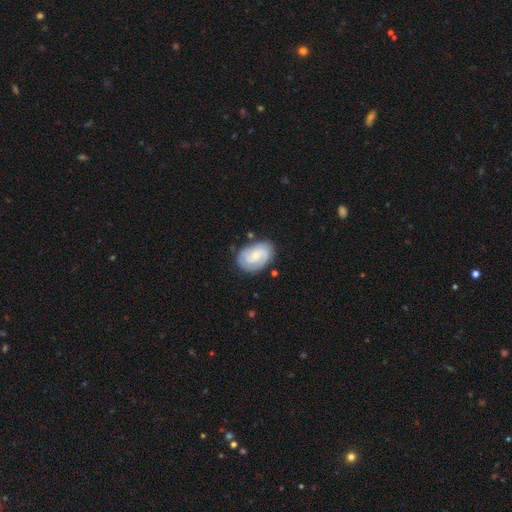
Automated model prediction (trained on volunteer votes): smooth-or-featured: featured or disk: 75% | smooth: 20% | star or artifact: 5%
  disk-edge-on: no: 98% | yes: 2%
    bar: no: 53% | weak: 40% | strong: 7%
    has-spiral-arms: yes: 95% | no: 5%
      spiral-winding: tight: 51% | medium: 38% | loose: 11%
      spiral-arm-count: 2: 58% | 3: 17% | can't tell: 16% | 1: 3% | 4: 3% | more than 4: 2%
    bulge-size: small: 61% | moderate: 29% | none: 7% | large: 2% | dominant: 1%
  merging: none: 77% | minor disturbance: 16% | major disturbance: 5% | merger: 2%